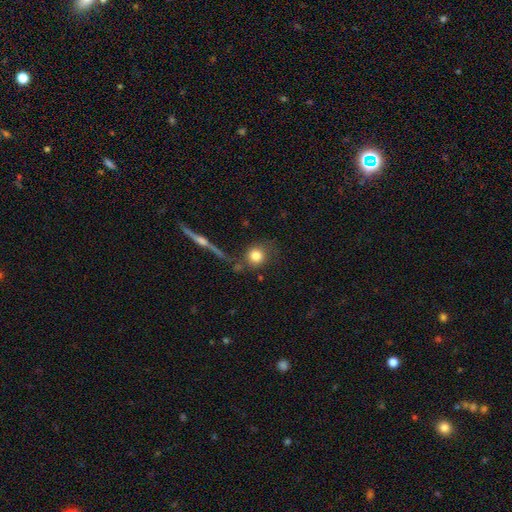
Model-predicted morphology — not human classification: Smooth or featured? smooth (79%)
How rounded? round (87%)
Merging? none (70%)